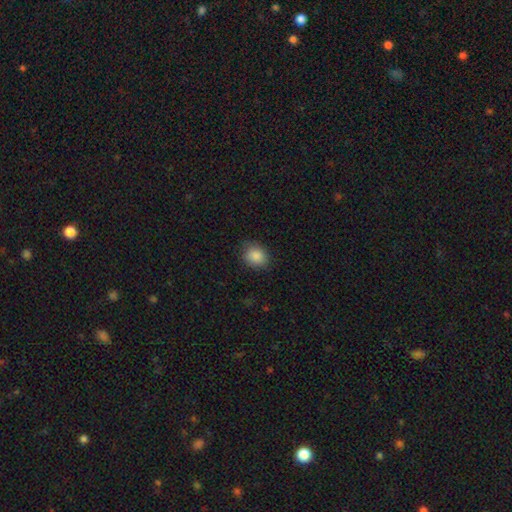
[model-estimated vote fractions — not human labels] Smooth or featured: smooth — 87% (star or artifact — 8%)
How rounded: round — 59% (in between — 40%)
Merging: none — 81% (minor disturbance — 15%)